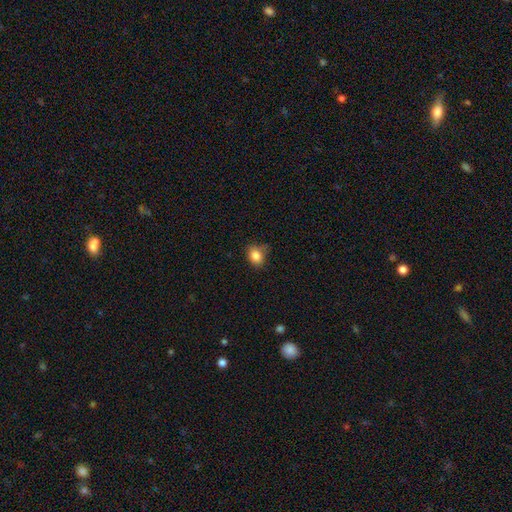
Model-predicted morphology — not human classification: Smooth or featured? smooth (85%)
How rounded? in between (52%)
Merging? none (69%)